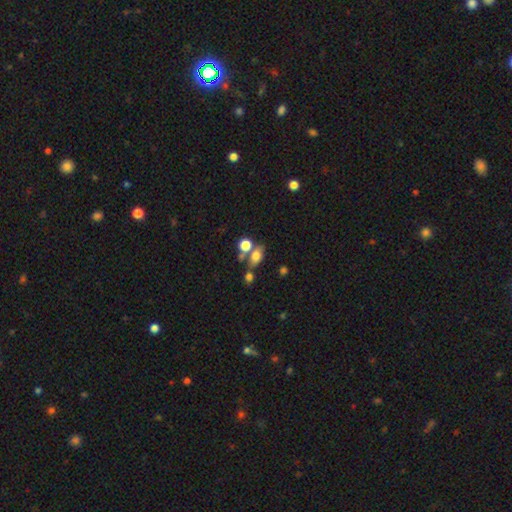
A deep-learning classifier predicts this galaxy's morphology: smooth 71%, featured or disk 15%, star or artifact 14%. Down the decision tree: how rounded — in between (75%); merging — none (51%).